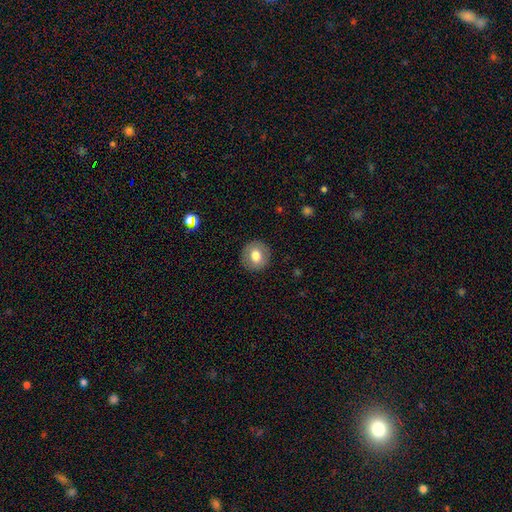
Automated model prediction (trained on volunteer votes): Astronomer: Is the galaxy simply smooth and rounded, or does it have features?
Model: smooth — 75%.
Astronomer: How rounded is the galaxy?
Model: round — 89%.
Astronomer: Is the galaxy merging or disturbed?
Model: none — 90%.